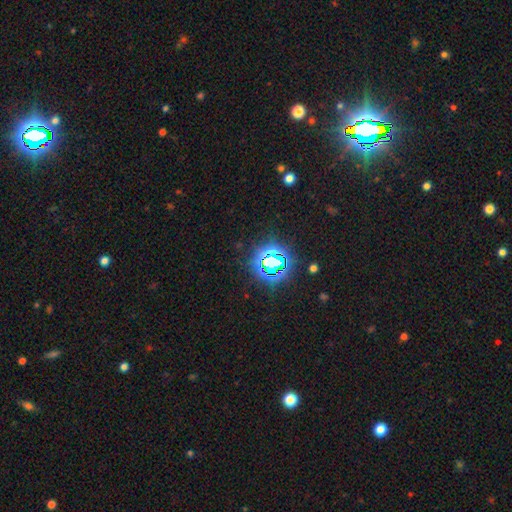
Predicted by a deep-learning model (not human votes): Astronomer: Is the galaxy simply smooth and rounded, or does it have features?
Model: star or artifact — 83%.